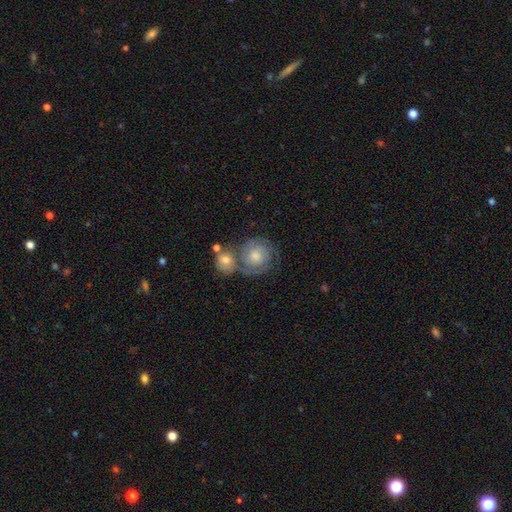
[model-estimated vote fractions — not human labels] Morphology: type=featured or disk (59%); edge-on=no (98%); bar=no (78%); spiral arms=yes (87%); winding=tight (67%); arm count=2 (58%); bulge=moderate (52%); merging=none (48%).